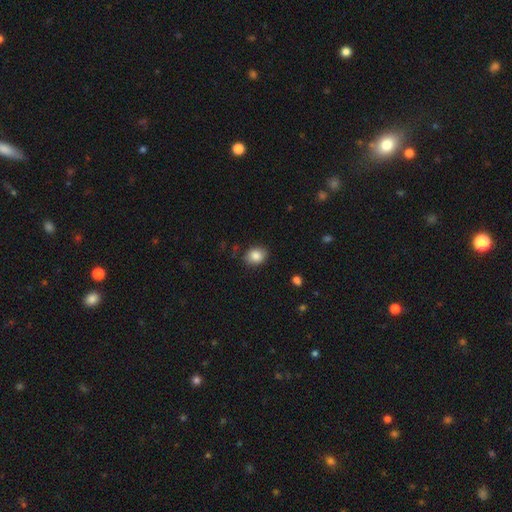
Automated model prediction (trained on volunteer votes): smooth-or-featured: smooth: 86% | star or artifact: 9% | featured or disk: 5%
  how-rounded: in between: 53% | round: 46% | cigar-shaped: 1%
  merging: none: 84% | minor disturbance: 12% | major disturbance: 3% | merger: 1%